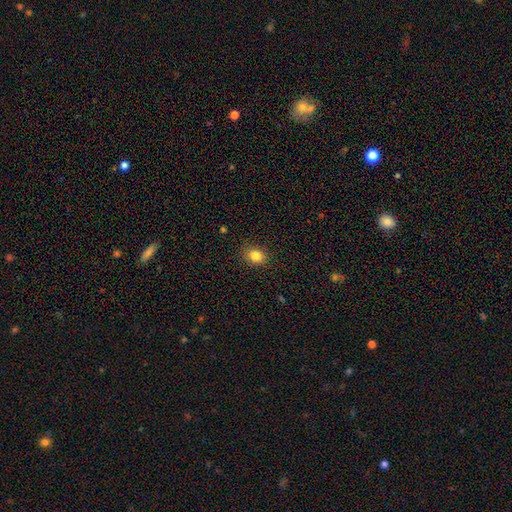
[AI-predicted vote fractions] Morphology: type=smooth (84%); roundness=round (59%); merging=none (87%).